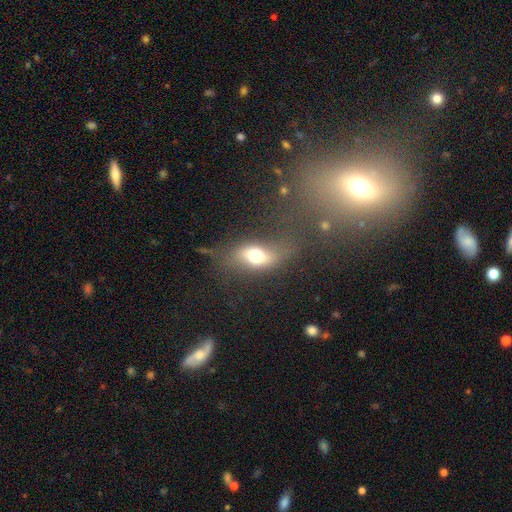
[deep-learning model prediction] A smooth galaxy with no disk features (54%) that is in between round and cigar-shaped (74%). Merging: none (54%).